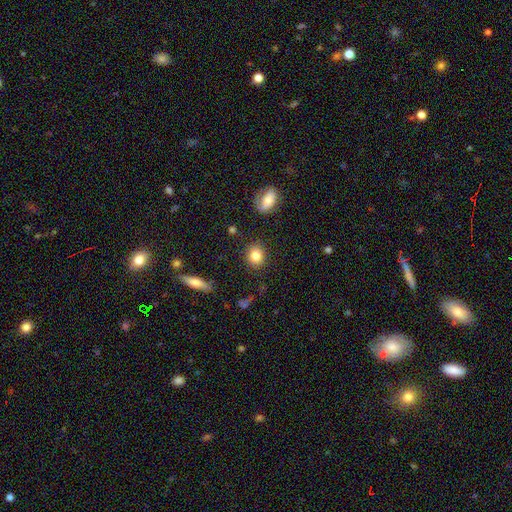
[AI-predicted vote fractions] Overall: smooth (83%). How rounded: round (72%). Merging: none (87%).